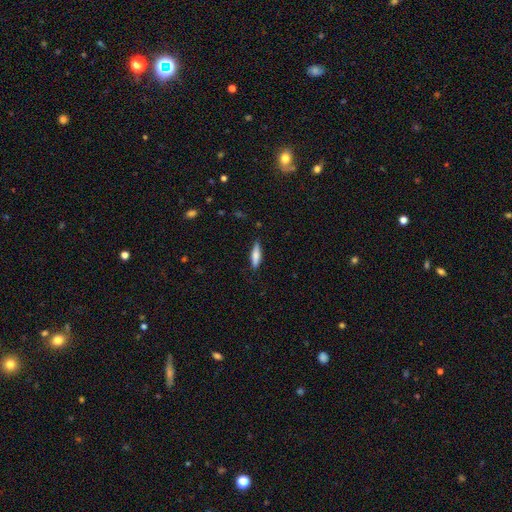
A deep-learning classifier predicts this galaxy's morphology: A smooth galaxy with no disk features (72%) that is cigar-shaped (68%).

Vote fractions:
- Smooth or featured? smooth: 72% / featured or disk: 22% / star or artifact: 6%
- How rounded? cigar-shaped: 68% / in between: 30% / round: 2%
- Merging? none: 84% / minor disturbance: 13% / major disturbance: 2% / merger: 1%